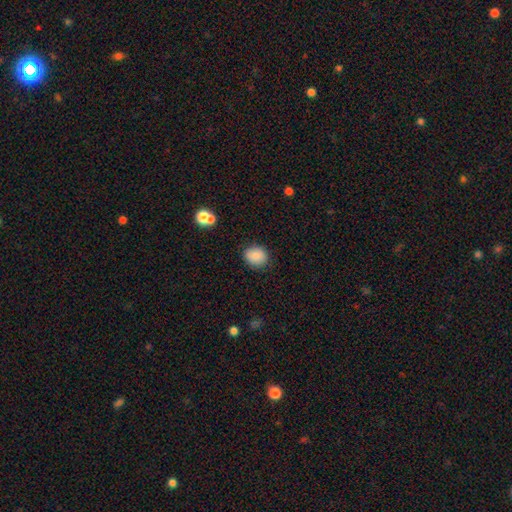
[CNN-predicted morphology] smooth-or-featured: smooth: 84% | star or artifact: 9% | featured or disk: 7%
  how-rounded: round: 66% | in between: 33% | cigar-shaped: 1%
  merging: none: 85% | minor disturbance: 10% | major disturbance: 3% | merger: 2%